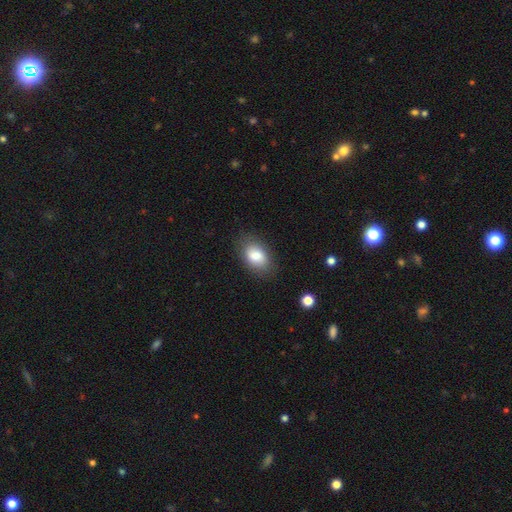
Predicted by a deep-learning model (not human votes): The model was most divided on "smooth or featured": smooth: 81%, featured or disk: 12%, star or artifact: 8%. More confident: how rounded — in between (86%); merging — none (82%).